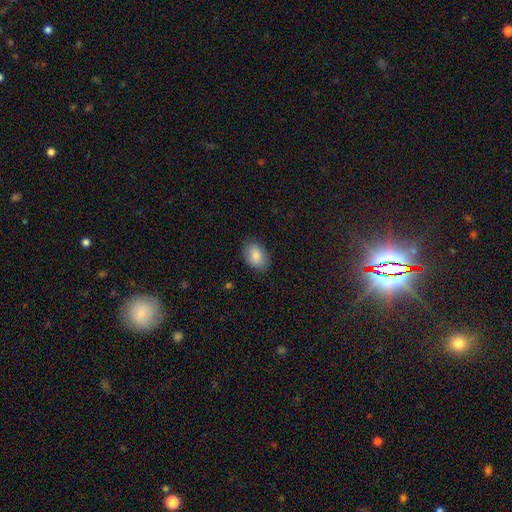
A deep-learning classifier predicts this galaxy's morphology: smooth-or-featured: smooth: 82% | featured or disk: 11% | star or artifact: 7%
  how-rounded: in between: 83% | round: 16% | cigar-shaped: 1%
  merging: none: 80% | minor disturbance: 15% | major disturbance: 4% | merger: 1%